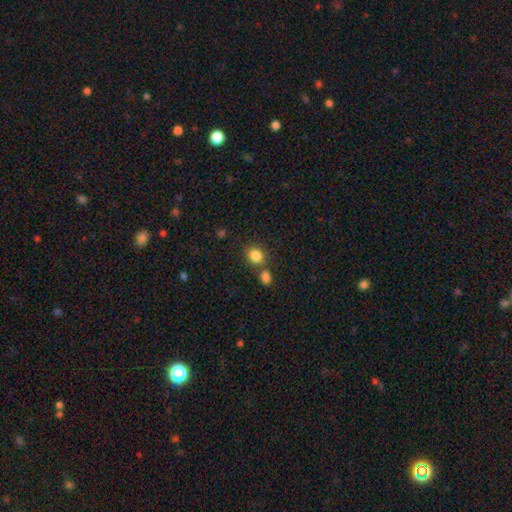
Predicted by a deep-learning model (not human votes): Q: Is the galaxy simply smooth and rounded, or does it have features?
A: smooth — 84%.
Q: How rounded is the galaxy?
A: round — 67%.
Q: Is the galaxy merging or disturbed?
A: none — 64%.